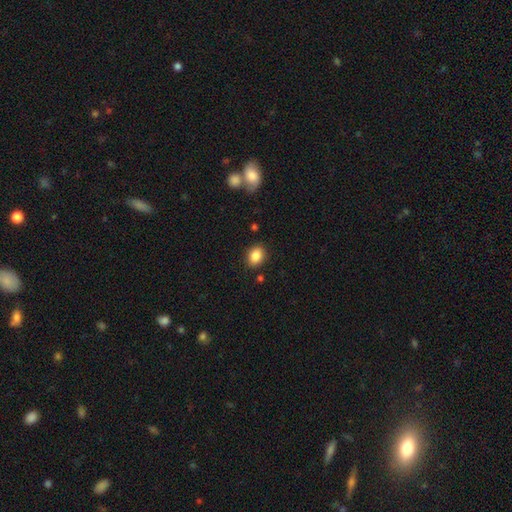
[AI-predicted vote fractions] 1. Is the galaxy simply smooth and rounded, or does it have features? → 87% smooth, 9% star or artifact, 5% featured or disk.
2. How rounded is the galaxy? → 63% in between, 35% round, 1% cigar-shaped.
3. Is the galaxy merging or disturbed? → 87% none, 9% minor disturbance, 2% major disturbance, 2% merger.